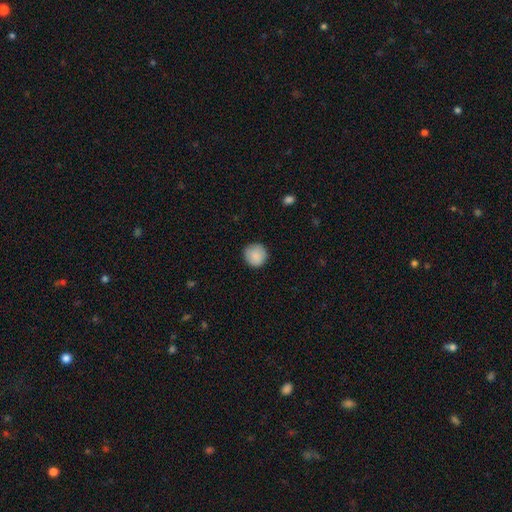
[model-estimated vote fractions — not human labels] This appears to be a smooth galaxy with no disk features (88%) that is round (93%). Merging: none (88%).